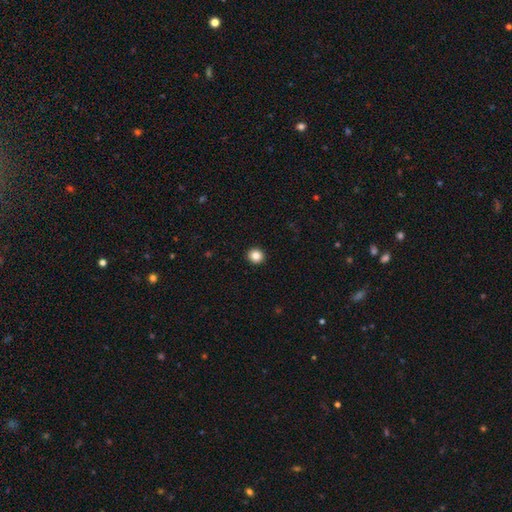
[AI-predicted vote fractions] Q: Smooth or featured?
A: smooth (85%); runner-up: star or artifact (10%)
Q: How rounded?
A: round (90%); runner-up: in between (9%)
Q: Merging?
A: none (94%); runner-up: minor disturbance (4%)